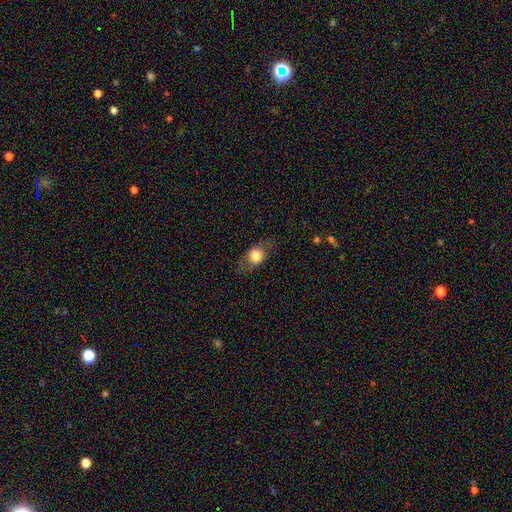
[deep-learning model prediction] This is likely a smooth galaxy (65%). How rounded: possibly in between (53%). Merging: likely none (77%).